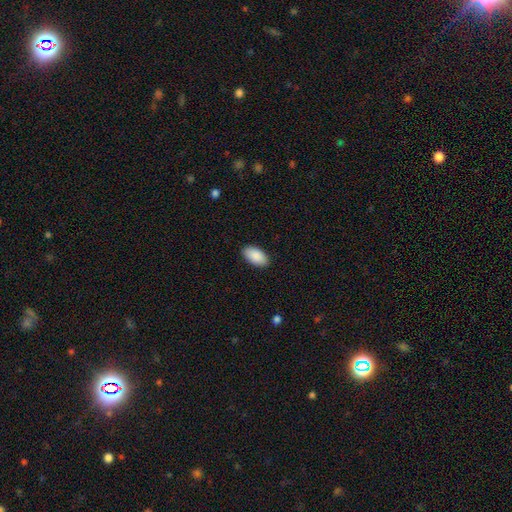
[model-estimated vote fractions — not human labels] This is clearly a smooth galaxy (91%). How rounded: clearly in between (96%). Merging: clearly none (89%).